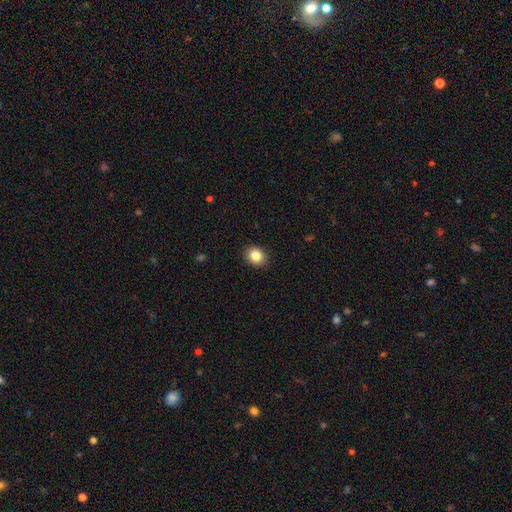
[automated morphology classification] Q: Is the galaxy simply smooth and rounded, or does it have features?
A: smooth — 85%.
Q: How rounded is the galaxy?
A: round — 55%.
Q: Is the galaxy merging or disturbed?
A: none — 90%.